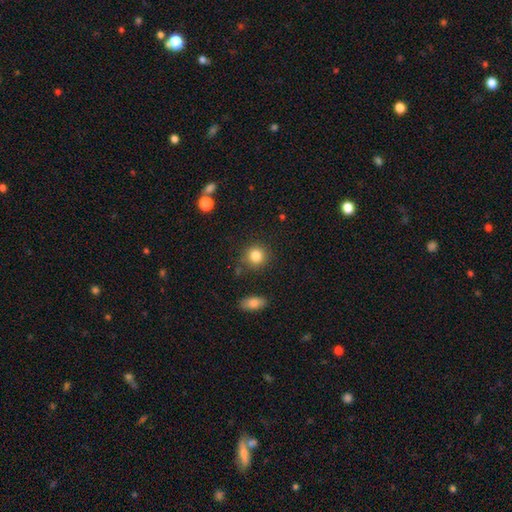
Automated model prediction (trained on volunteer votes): Smooth or featured? Predicted: smooth (p=0.85). How rounded? Predicted: round (p=0.88). Merging? Predicted: none (p=0.82).